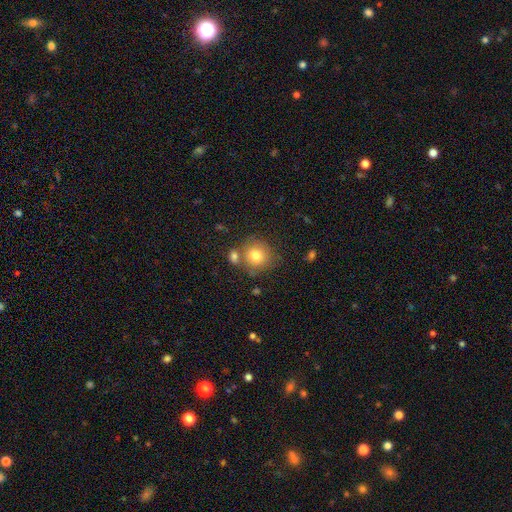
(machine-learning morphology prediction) This is likely a smooth galaxy (77%). How rounded: clearly round (87%). Merging: likely none (61%).